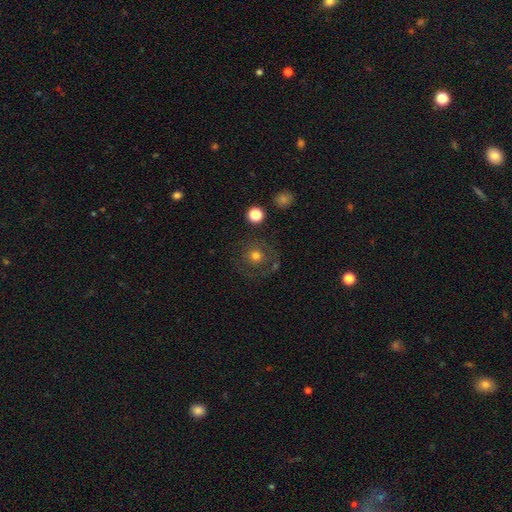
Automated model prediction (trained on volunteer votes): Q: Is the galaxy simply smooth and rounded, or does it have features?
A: smooth — 65%.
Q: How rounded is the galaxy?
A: round — 92%.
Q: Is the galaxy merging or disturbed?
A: none — 72%.